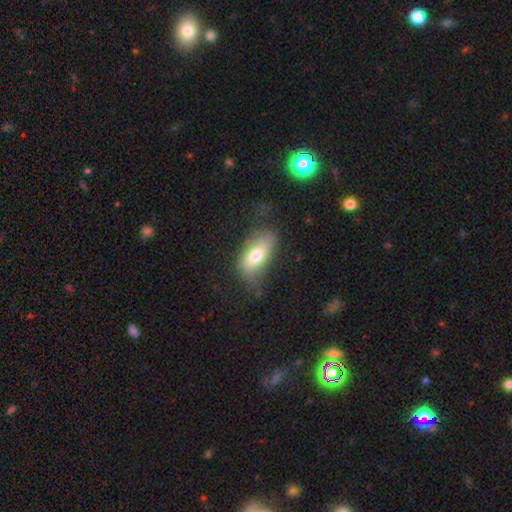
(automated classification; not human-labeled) smooth_or_featured: smooth (p=0.69) [alt: featured or disk p=0.24]
how_rounded: in between (p=0.88) [alt: cigar-shaped p=0.08]
merging: none (p=0.57) [alt: minor disturbance p=0.28]